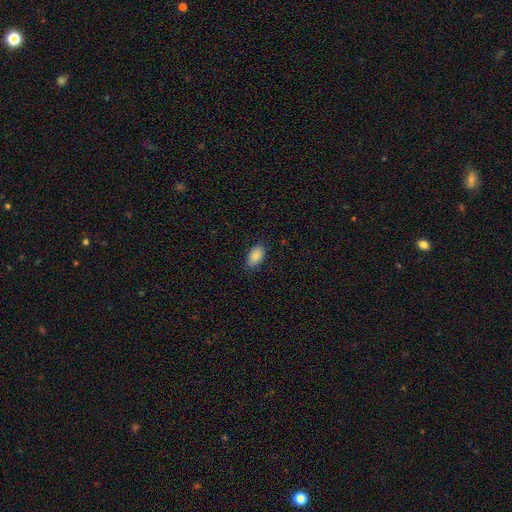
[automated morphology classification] smooth-or-featured: smooth: 89% | star or artifact: 7% | featured or disk: 4%
  how-rounded: in between: 93% | round: 5% | cigar-shaped: 2%
  merging: none: 86% | minor disturbance: 11% | major disturbance: 2% | merger: 1%